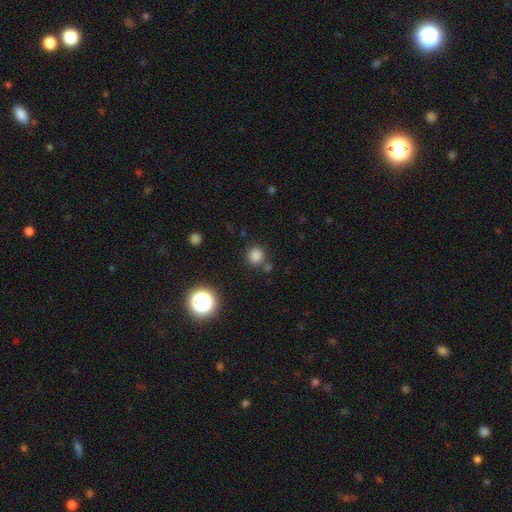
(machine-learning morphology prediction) smooth_or_featured: smooth (p=0.80) [alt: star or artifact p=0.16]
how_rounded: round (p=0.91) [alt: in between p=0.08]
merging: none (p=0.79) [alt: minor disturbance p=0.09]